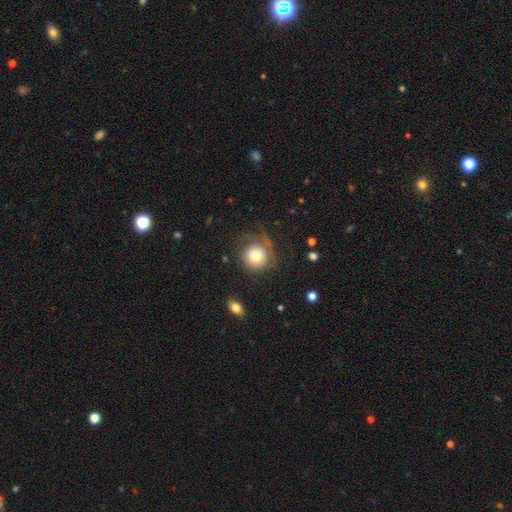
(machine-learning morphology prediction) Smooth or featured? Predicted: smooth (p=0.69). How rounded? Predicted: round (p=0.90). Merging? Predicted: none (p=0.52).